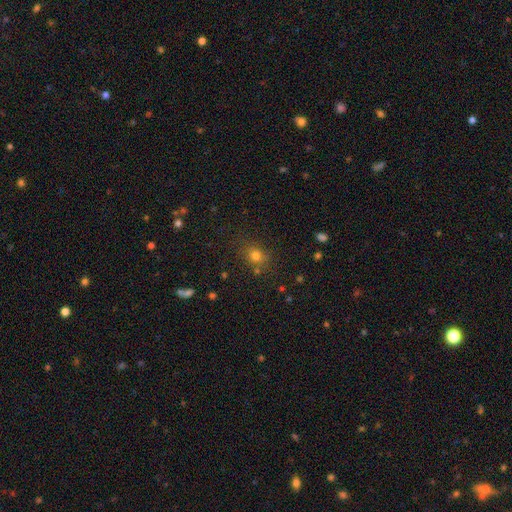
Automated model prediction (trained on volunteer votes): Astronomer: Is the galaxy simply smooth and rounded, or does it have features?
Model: smooth — 75%.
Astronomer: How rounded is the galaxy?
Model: round — 70%.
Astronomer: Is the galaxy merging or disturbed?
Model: none — 77%.